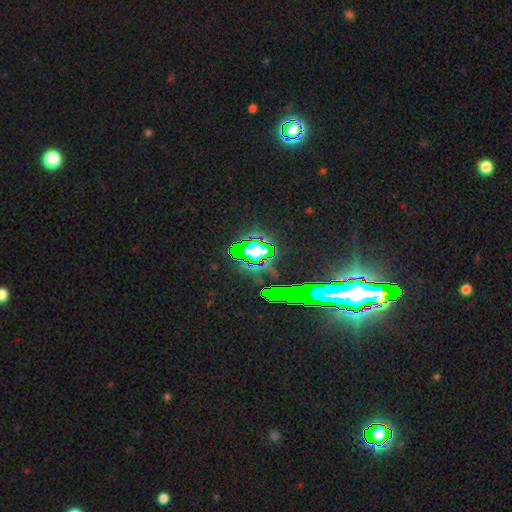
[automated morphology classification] Smooth or featured? star or artifact (82%)